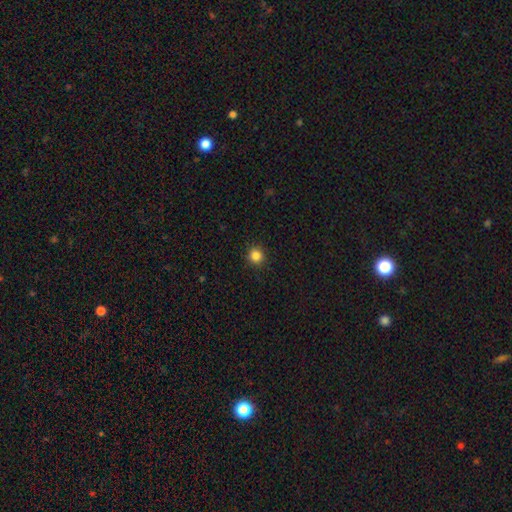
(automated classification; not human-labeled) smooth 85%, star or artifact 12%, featured or disk 3%. Down the decision tree: how rounded — round (92%); merging — none (91%).